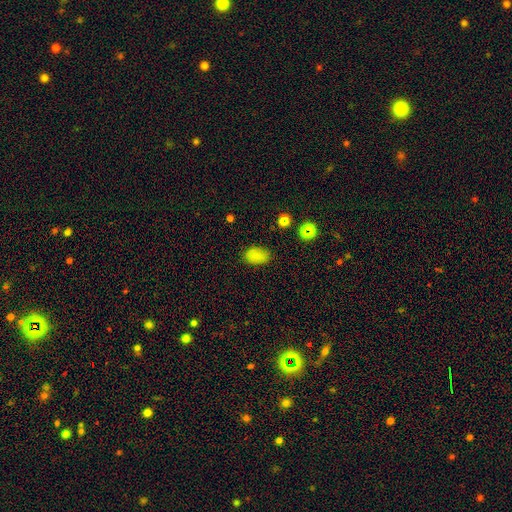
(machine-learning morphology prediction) Overall: smooth (81%). How rounded: in between (86%). Merging: none (82%).